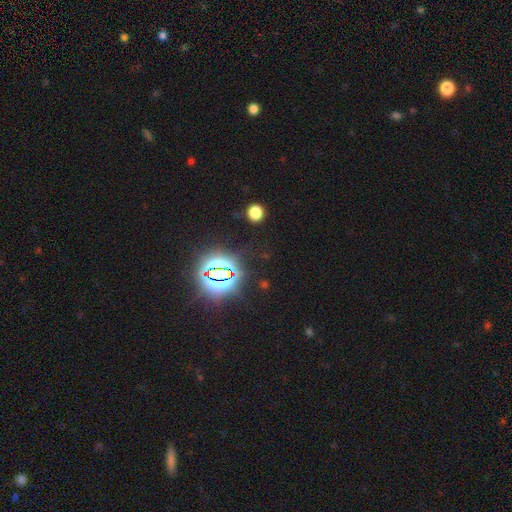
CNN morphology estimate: star or artifact 81%, smooth 11%, featured or disk 7%.